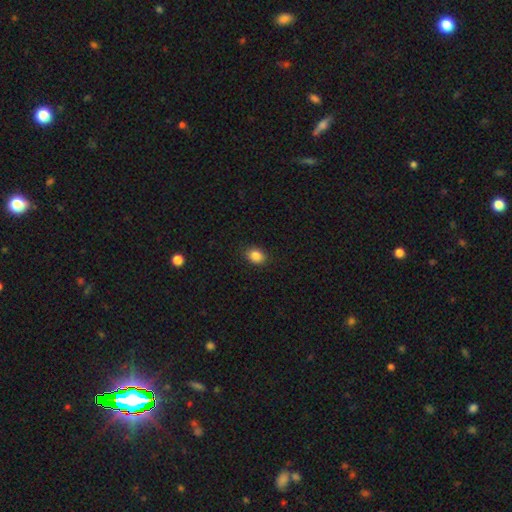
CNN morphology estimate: A smooth galaxy with no disk features (86%) that is in between round and cigar-shaped (61%). Merging: none (89%).